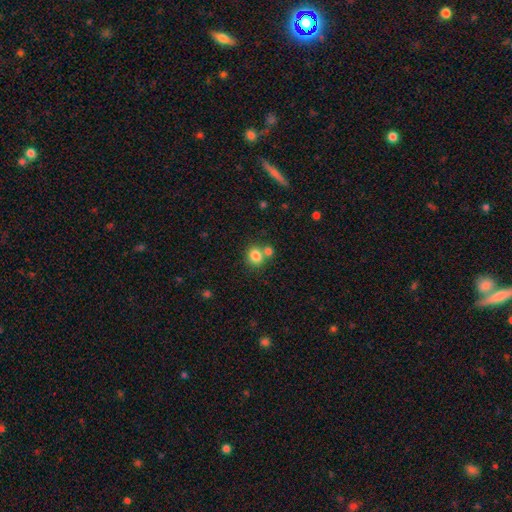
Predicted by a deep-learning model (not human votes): This appears to be a smooth galaxy with no disk features (82%) that is round (77%). Merging: none (57%).